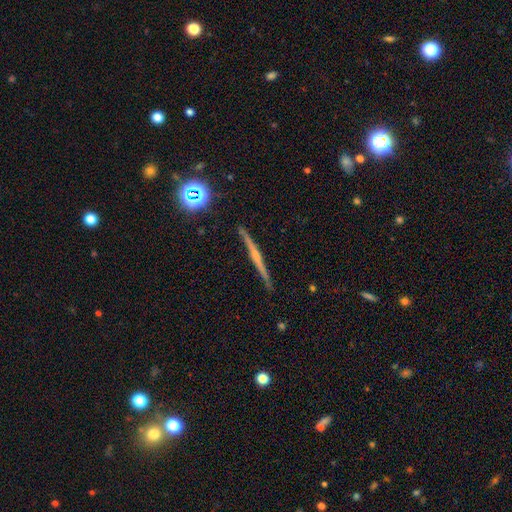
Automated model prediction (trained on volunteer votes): Overall: featured or disk (72%). Edge-on disk: yes (98%). Edge-on bulge: rounded (55%; none 34%). Merging: none (90%).